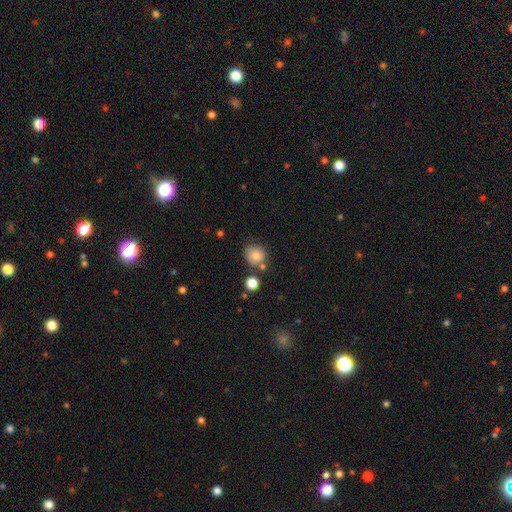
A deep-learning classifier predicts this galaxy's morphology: Q: Smooth or featured?
A: smooth (80%); runner-up: star or artifact (11%)
Q: How rounded?
A: round (82%); runner-up: in between (17%)
Q: Merging?
A: none (66%); runner-up: minor disturbance (16%)